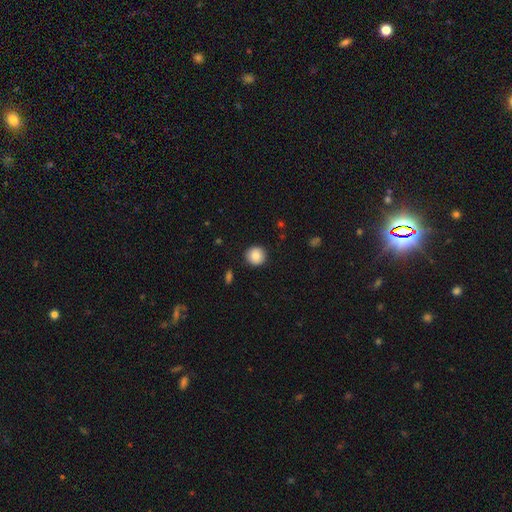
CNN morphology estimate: smooth-or-featured: smooth: 83% | featured or disk: 9% | star or artifact: 8%
  how-rounded: round: 94% | in between: 5% | cigar-shaped: 1%
  merging: none: 91% | minor disturbance: 6% | major disturbance: 2% | merger: 1%